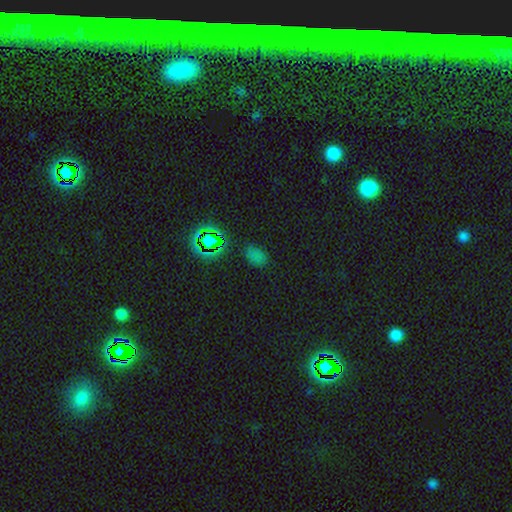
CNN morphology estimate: Q: Smooth or featured?
A: smooth (56%); runner-up: star or artifact (38%)
Q: How rounded?
A: in between (79%); runner-up: round (19%)
Q: Merging?
A: none (79%); runner-up: minor disturbance (14%)